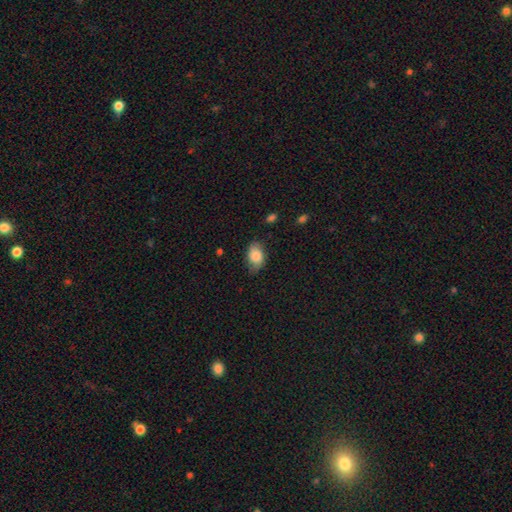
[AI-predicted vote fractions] Smooth or featured?
  - smooth: 79% *
  - featured or disk: 14%
  - star or artifact: 7%
How rounded?
  - in between: 88% *
  - round: 10%
  - cigar-shaped: 1%
Merging?
  - none: 71% *
  - minor disturbance: 23%
  - major disturbance: 5%
  - merger: 1%